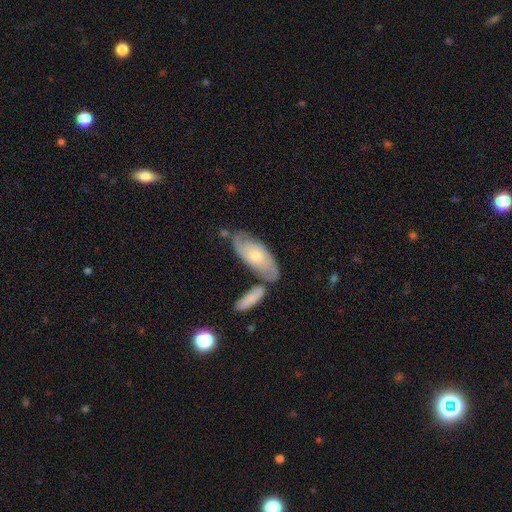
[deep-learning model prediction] Smooth or featured?
  - featured or disk: 55% *
  - smooth: 39%
  - star or artifact: 5%
Edge-on disk?
  - no: 87% *
  - yes: 13%
Merging?
  - none: 59% *
  - minor disturbance: 18%
  - merger: 17%
  - major disturbance: 5%